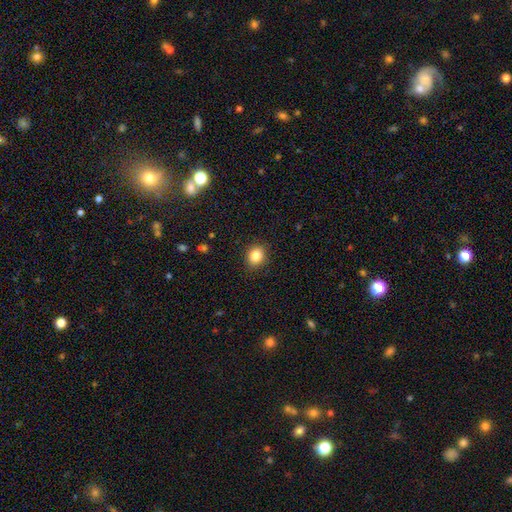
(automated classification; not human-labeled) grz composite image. It shows a smooth galaxy with no disk features (85%) that is round (73%). Merging: none (89%).